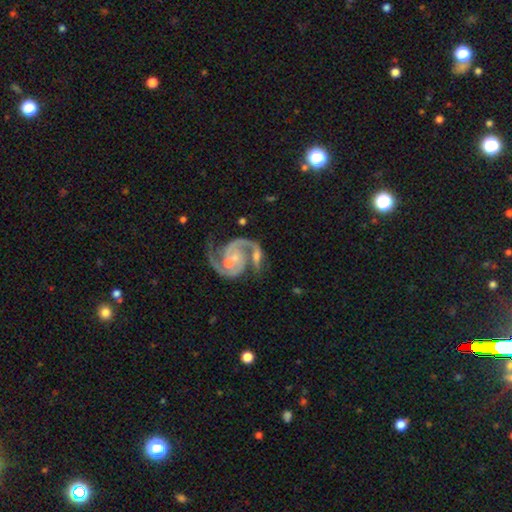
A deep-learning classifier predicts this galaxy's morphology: This appears to be a featured or disk galaxy (91%) with no bar (55%), 2 (88%) medium (58%) spiral arms (98%) and a small central bulge (52%). Merging: none (45%).